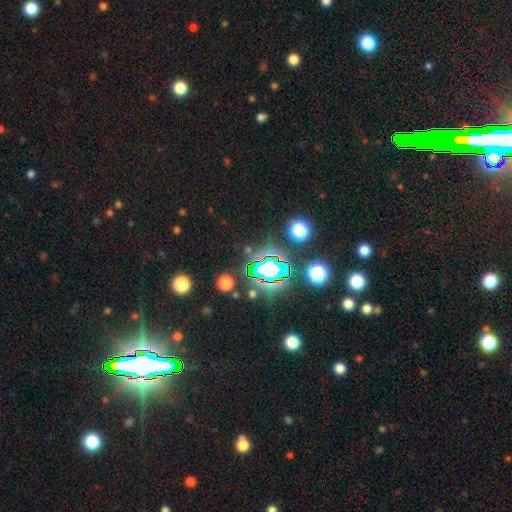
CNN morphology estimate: Overall: star or artifact (84%).